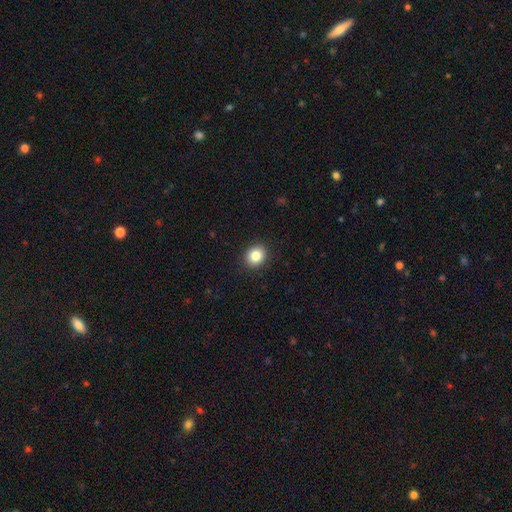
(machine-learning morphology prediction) Overall: smooth (84%). How rounded: round (67%; in between 32%). Merging: none (91%).